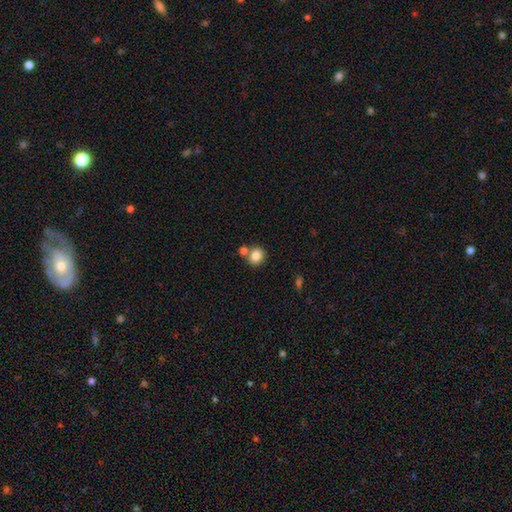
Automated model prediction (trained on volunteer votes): Overall: smooth (82%). How rounded: round (74%). Merging: none (66%).